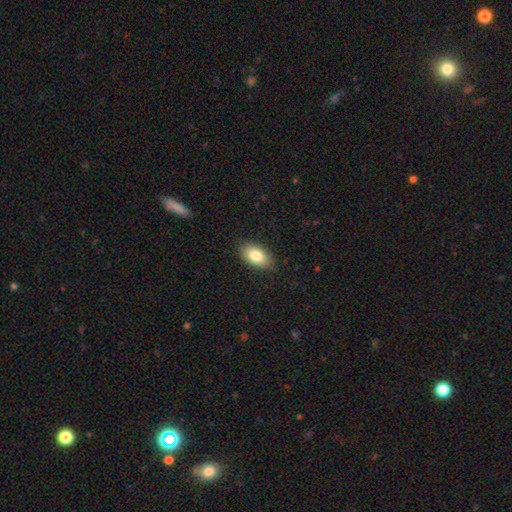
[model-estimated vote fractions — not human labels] Smooth or featured: smooth — 82% (featured or disk — 11%)
How rounded: in between — 93% (round — 4%)
Merging: none — 87% (minor disturbance — 10%)